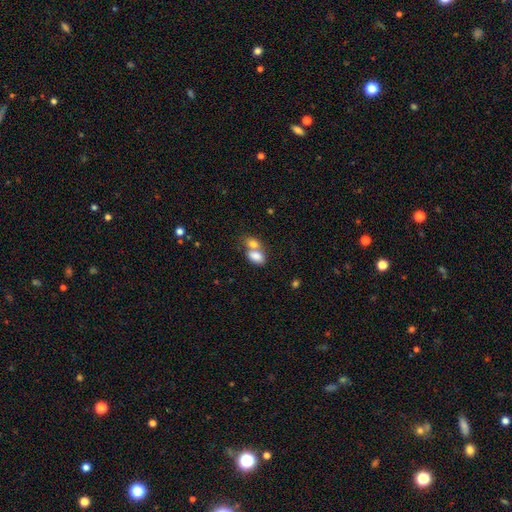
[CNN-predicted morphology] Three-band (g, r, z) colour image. It shows a smooth galaxy with no disk features (80%) that is in between round and cigar-shaped (85%). Merging: merger (63%).